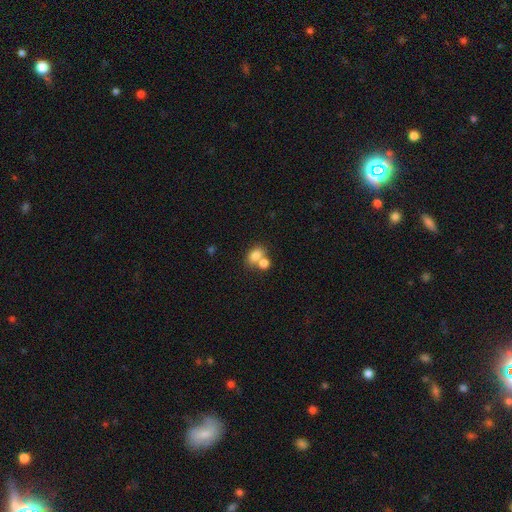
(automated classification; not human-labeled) A smooth galaxy with no disk features (79%) that is in between round and cigar-shaped (66%). Merging: merger (52%).